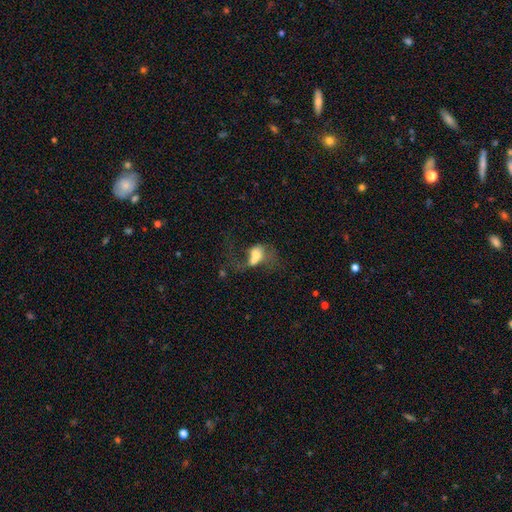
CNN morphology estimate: smooth 50%, featured or disk 38%, star or artifact 12%. Down the decision tree: merging — merger (49%).